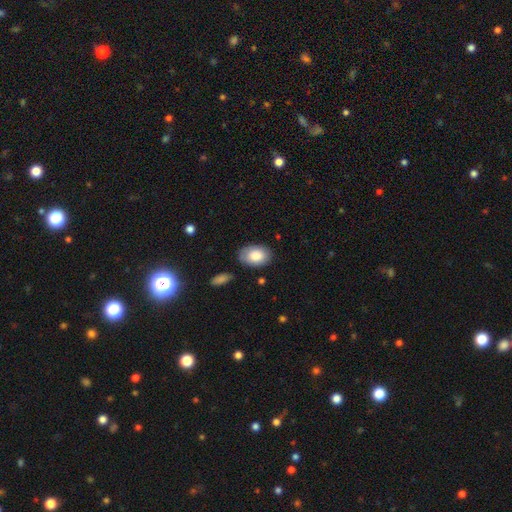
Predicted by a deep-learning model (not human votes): This appears to be a smooth galaxy with no disk features (83%) that is in between round and cigar-shaped (86%). Merging: none (79%).